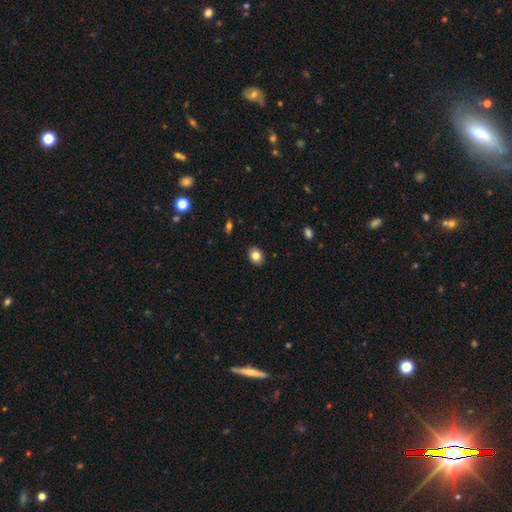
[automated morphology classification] This is clearly a smooth galaxy (83%). How rounded: possibly in between (54%). Merging: clearly none (90%).